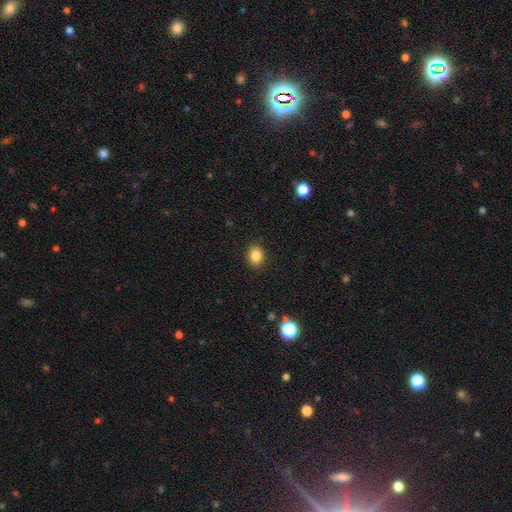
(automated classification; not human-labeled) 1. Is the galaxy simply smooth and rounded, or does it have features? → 85% smooth, 10% star or artifact, 5% featured or disk.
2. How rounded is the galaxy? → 59% in between, 40% round, 1% cigar-shaped.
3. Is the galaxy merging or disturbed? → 90% none, 7% minor disturbance, 2% major disturbance, 1% merger.